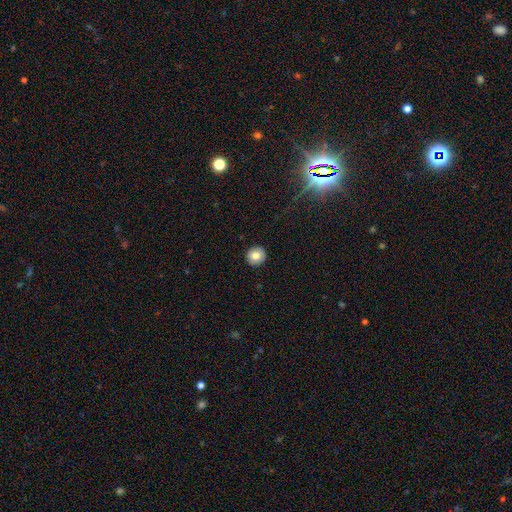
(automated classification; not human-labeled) Smooth or featured?
  - smooth: 78% *
  - featured or disk: 12%
  - star or artifact: 10%
How rounded?
  - round: 94% *
  - in between: 5%
  - cigar-shaped: 1%
Merging?
  - none: 92% *
  - minor disturbance: 5%
  - major disturbance: 2%
  - merger: 1%